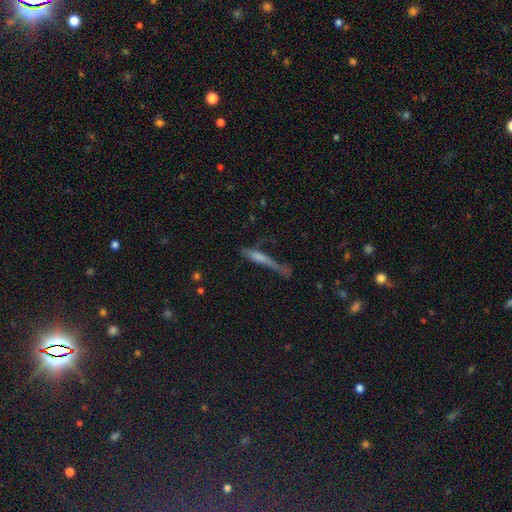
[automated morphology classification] This appears to be a smooth galaxy with no disk features (47%). Merging: none (52%).